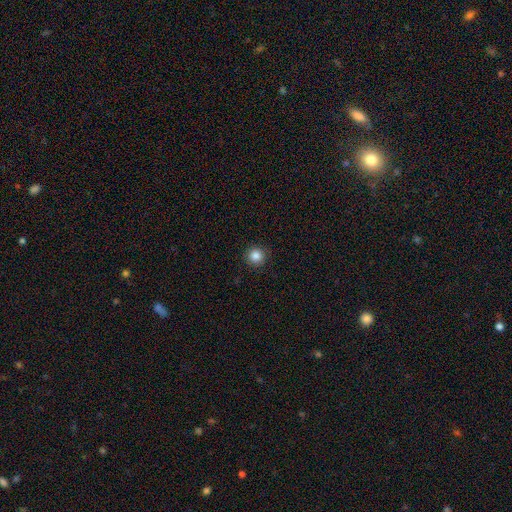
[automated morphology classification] A smooth galaxy with no disk features (85%) that is round (95%). Merging: none (92%).